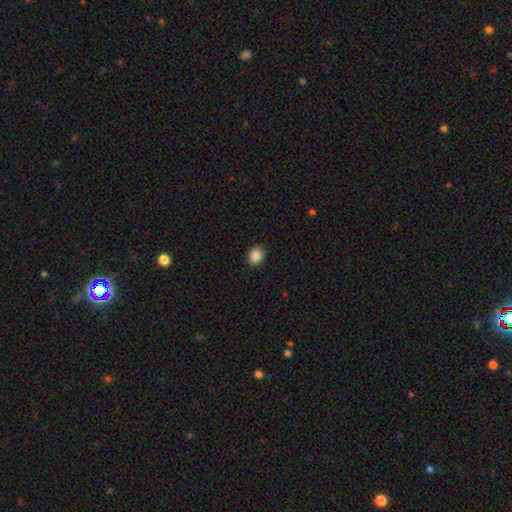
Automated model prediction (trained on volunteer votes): Smooth or featured?
  - smooth: 88% *
  - star or artifact: 9%
  - featured or disk: 3%
How rounded?
  - round: 58% *
  - in between: 41%
  - cigar-shaped: 1%
Merging?
  - none: 91% *
  - minor disturbance: 7%
  - major disturbance: 2%
  - merger: 1%